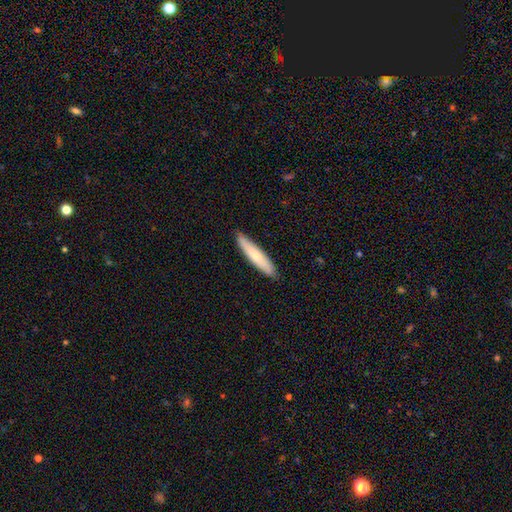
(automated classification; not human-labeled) A smooth galaxy with no disk features (72%) that is cigar-shaped (87%).

Vote fractions:
- Smooth or featured? smooth: 72% / featured or disk: 23% / star or artifact: 5%
- How rounded? cigar-shaped: 87% / in between: 12% / round: 1%
- Merging? none: 88% / minor disturbance: 10% / major disturbance: 1% / merger: 1%